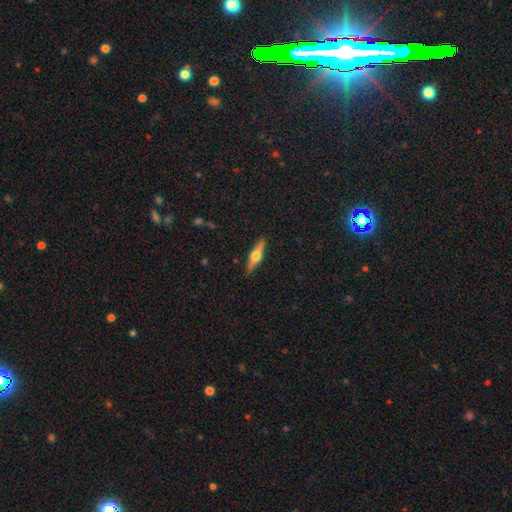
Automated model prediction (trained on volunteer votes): Smooth or featured?
  - featured or disk: 64% *
  - smooth: 30%
  - star or artifact: 6%
Edge-on disk?
  - yes: 96% *
  - no: 4%
Edge-on bulge?
  - rounded: 95% *
  - boxy: 3%
  - none: 2%
Merging?
  - none: 90% *
  - minor disturbance: 7%
  - major disturbance: 2%
  - merger: 1%